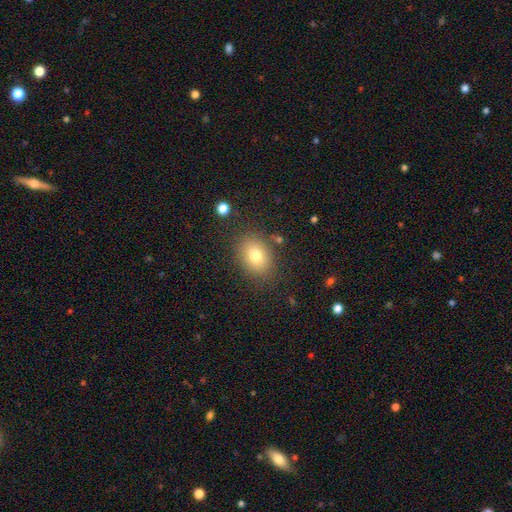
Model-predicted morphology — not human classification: smooth 77%, star or artifact 11%, featured or disk 11%. Down the decision tree: how rounded — in between (63%); merging — none (83%).